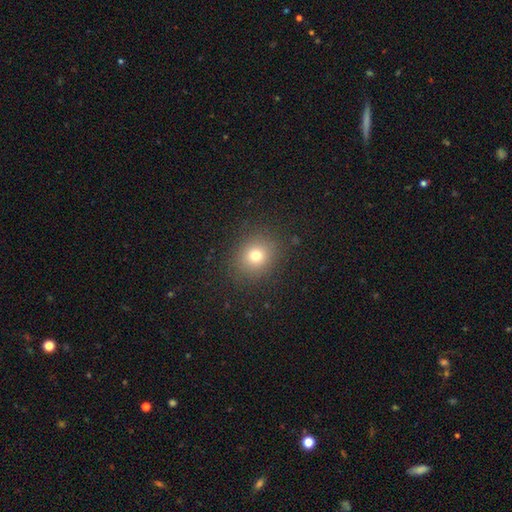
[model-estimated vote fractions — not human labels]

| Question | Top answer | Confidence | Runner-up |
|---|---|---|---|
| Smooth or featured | smooth | 74% | star or artifact (16%) |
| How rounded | round | 79% | in between (20%) |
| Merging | none | 87% | minor disturbance (8%) |